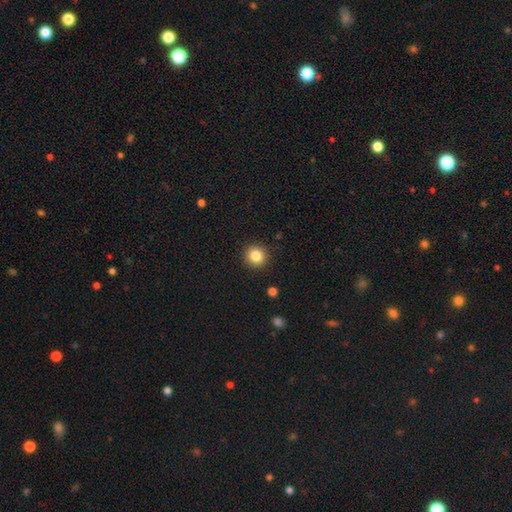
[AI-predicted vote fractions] smooth_or_featured: smooth (p=0.84) [alt: star or artifact p=0.11]
how_rounded: round (p=0.93) [alt: in between p=0.06]
merging: none (p=0.91) [alt: minor disturbance p=0.06]